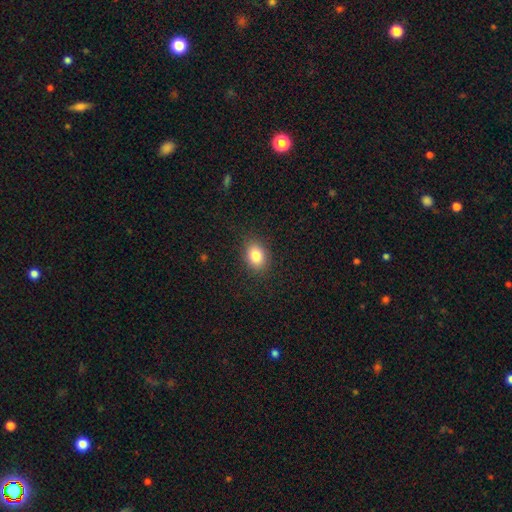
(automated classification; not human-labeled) This appears to be a smooth galaxy with no disk features (84%) that is in between round and cigar-shaped (67%). Merging: none (88%).